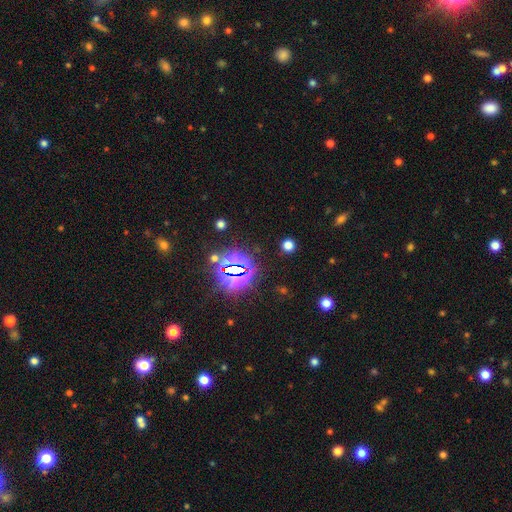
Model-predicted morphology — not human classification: star or artifact 78%, smooth 15%, featured or disk 7%.